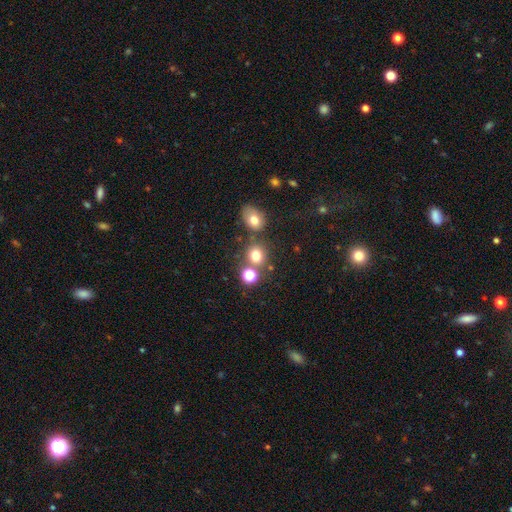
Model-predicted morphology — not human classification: Smooth or featured? Predicted: smooth (p=0.73). How rounded? Predicted: round (p=0.80). Merging? Predicted: none (p=0.63).